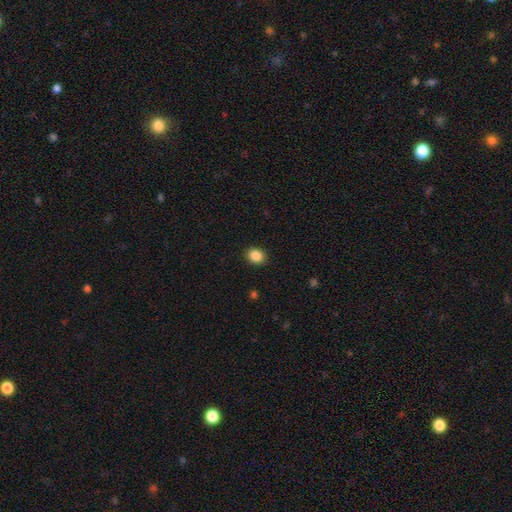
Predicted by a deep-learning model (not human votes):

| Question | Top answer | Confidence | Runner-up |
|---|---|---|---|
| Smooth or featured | smooth | 87% | star or artifact (9%) |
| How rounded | round | 53% | in between (46%) |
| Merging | none | 91% | minor disturbance (6%) |